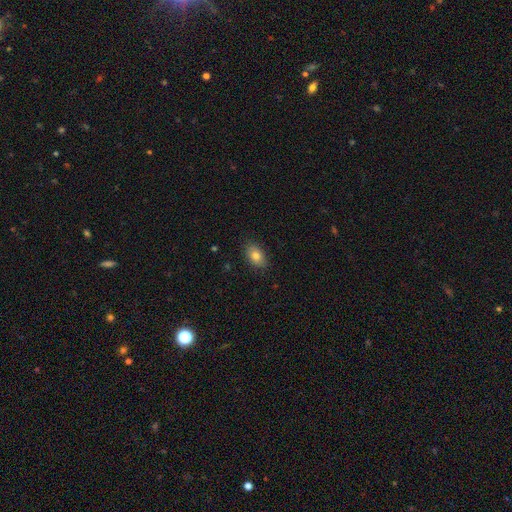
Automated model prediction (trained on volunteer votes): The model was most divided on "smooth or featured": smooth: 82%, featured or disk: 9%, star or artifact: 9%. More confident: how rounded — in between (87%); merging — none (87%).